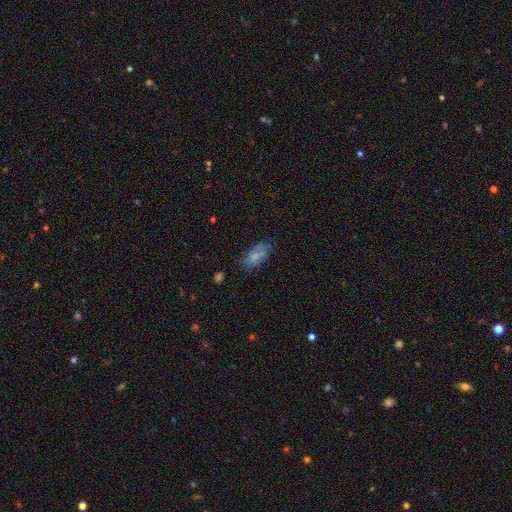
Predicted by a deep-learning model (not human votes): Q: Smooth or featured?
A: smooth (66%); runner-up: featured or disk (24%)
Q: How rounded?
A: in between (89%); runner-up: cigar-shaped (8%)
Q: Merging?
A: none (59%); runner-up: minor disturbance (25%)